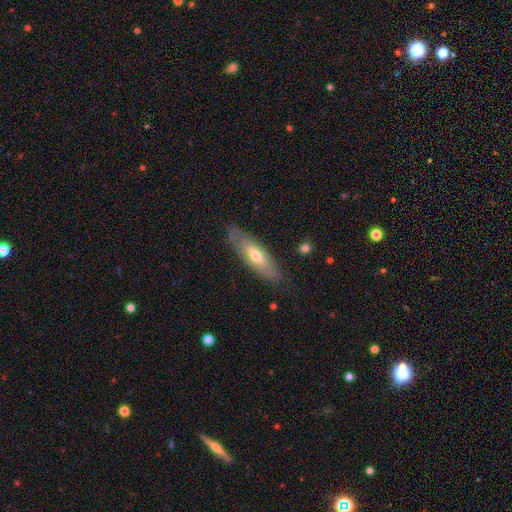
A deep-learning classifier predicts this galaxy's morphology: Smooth or featured?
  - featured or disk: 52% *
  - smooth: 42%
  - star or artifact: 6%
Edge-on disk?
  - no: 60% *
  - yes: 40%
Merging?
  - none: 80% *
  - minor disturbance: 15%
  - major disturbance: 4%
  - merger: 1%